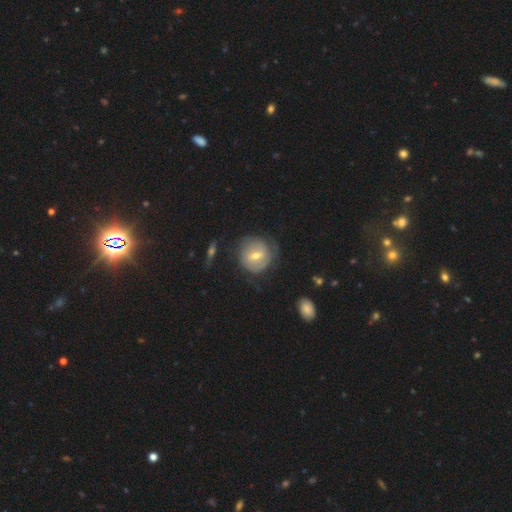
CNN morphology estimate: Smooth or featured? Predicted: featured or disk (p=0.56). Edge-on disk? Predicted: no (p=0.93). Bar? Predicted: weak (p=0.54). Spiral arms? Predicted: yes (p=0.59). Bulge size? Predicted: moderate (p=0.54). Merging? Predicted: none (p=0.63).